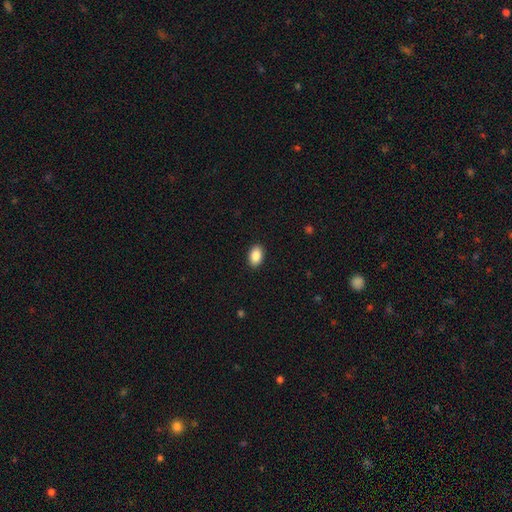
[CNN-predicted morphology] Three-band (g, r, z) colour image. It shows a smooth galaxy with no disk features (88%) that is in between round and cigar-shaped (91%). Merging: none (91%).